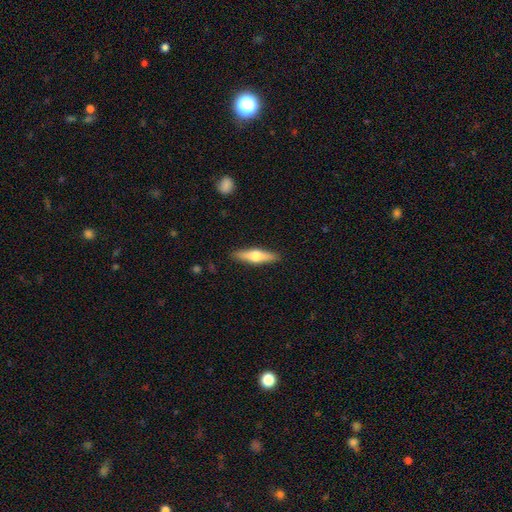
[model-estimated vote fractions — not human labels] This appears to be a featured or disk galaxy (51%) viewed edge-on (93%). Merging: none (89%).